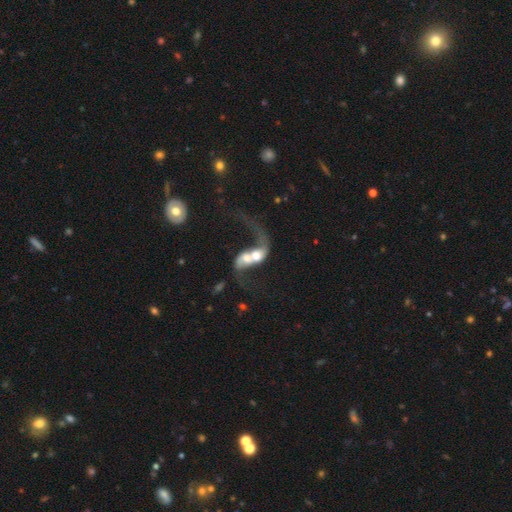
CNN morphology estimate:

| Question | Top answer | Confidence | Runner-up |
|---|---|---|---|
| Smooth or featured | featured or disk | 69% | smooth (23%) |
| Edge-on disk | no | 95% | yes (5%) |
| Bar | no | 59% | weak (27%) |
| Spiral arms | yes | 80% | no (20%) |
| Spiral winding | loose | 89% | medium (8%) |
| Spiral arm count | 2 | 81% | 1 (12%) |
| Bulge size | moderate | 46% | large (29%) |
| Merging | merger | 73% | major disturbance (11%) |